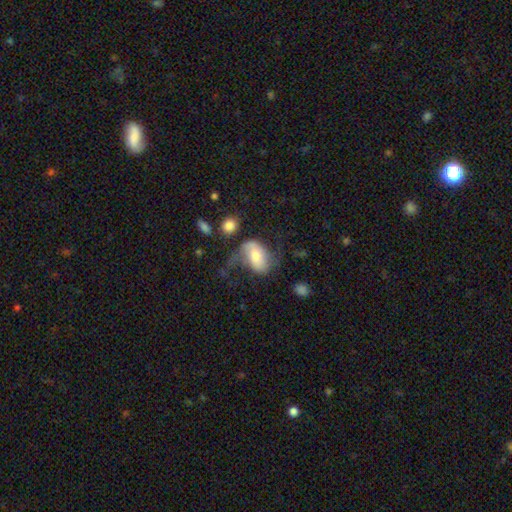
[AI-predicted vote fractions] A featured or disk galaxy (58%) with no bar (45%), spiral arms (84%) and a moderate central bulge (48%).

Vote fractions:
- Smooth or featured? featured or disk: 58% / smooth: 35% / star or artifact: 7%
- Edge-on disk? no: 96% / yes: 4%
- Bar? no: 45% / weak: 36% / strong: 19%
- Spiral arms? yes: 84% / no: 16%
- Bulge size? moderate: 48% / small: 30% / large: 14% / none: 5% / dominant: 4%
- Merging? none: 36% / major disturbance: 35% / minor disturbance: 24% / merger: 6%